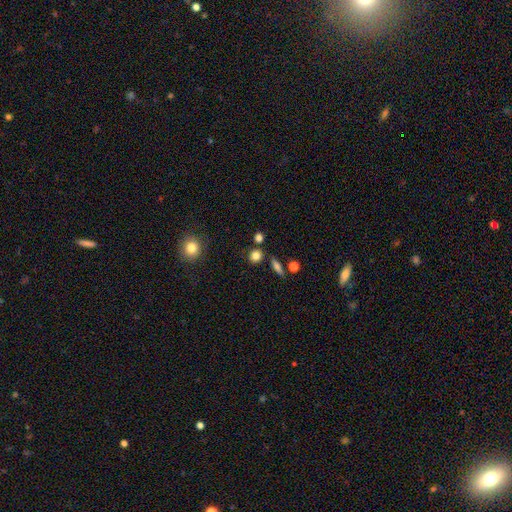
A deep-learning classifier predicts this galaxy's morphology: This appears to be a smooth galaxy with no disk features (82%) that is round (79%). Merging: none (79%).